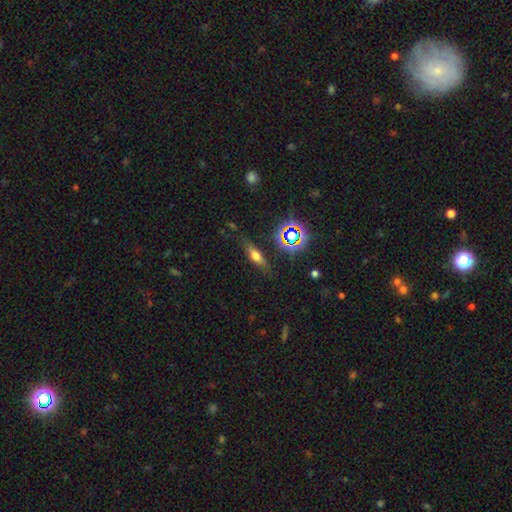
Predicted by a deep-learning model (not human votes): Morphology: type=smooth (55%); roundness=in between (47%); merging=none (79%).